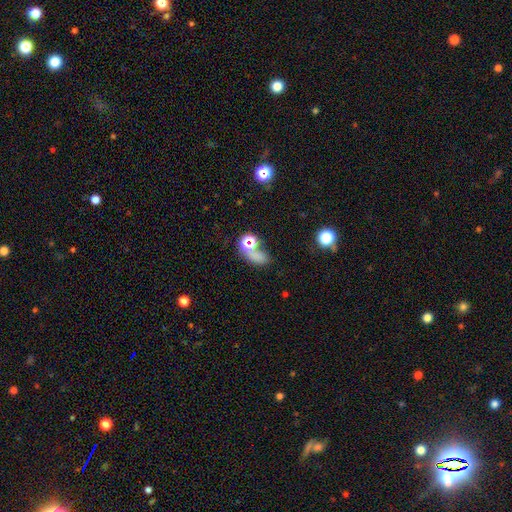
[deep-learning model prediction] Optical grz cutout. It shows a smooth galaxy with no disk features (56%) that is in between round and cigar-shaped (66%). Merging: none (50%).